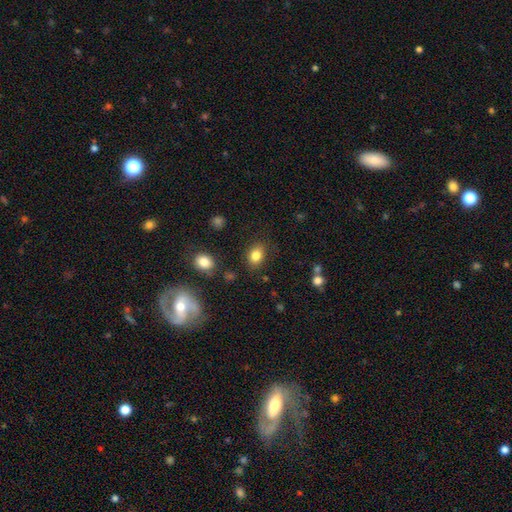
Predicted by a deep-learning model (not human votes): A smooth galaxy with no disk features (83%) that is in between round and cigar-shaped (69%).

Vote fractions:
- Smooth or featured? smooth: 83% / star or artifact: 10% / featured or disk: 7%
- How rounded? in between: 69% / round: 29% / cigar-shaped: 1%
- Merging? none: 83% / minor disturbance: 11% / major disturbance: 3% / merger: 2%